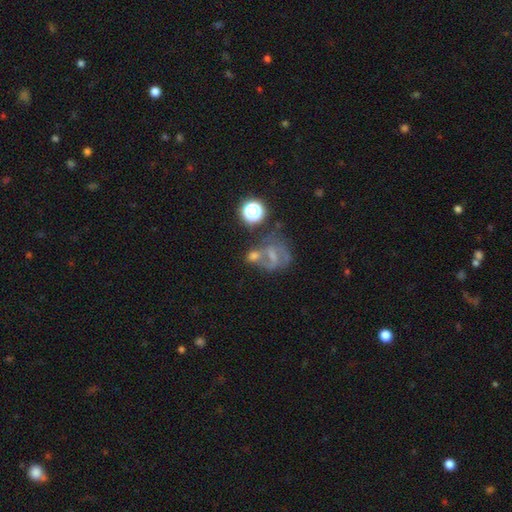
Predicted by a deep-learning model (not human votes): Smooth or featured? featured or disk (49%)
Merging? none (39%)